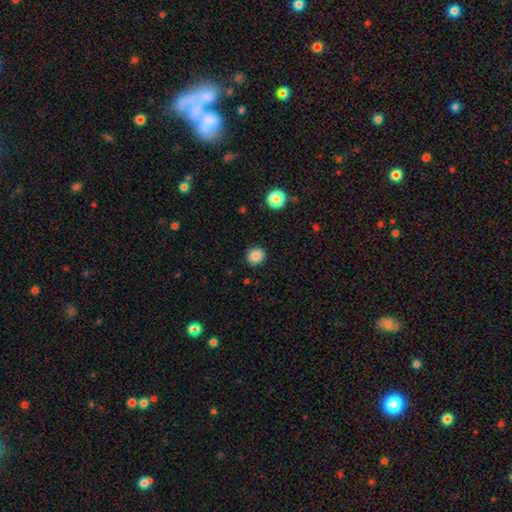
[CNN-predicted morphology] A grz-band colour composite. It shows a smooth galaxy with no disk features (86%) that is round (90%). Merging: none (91%).